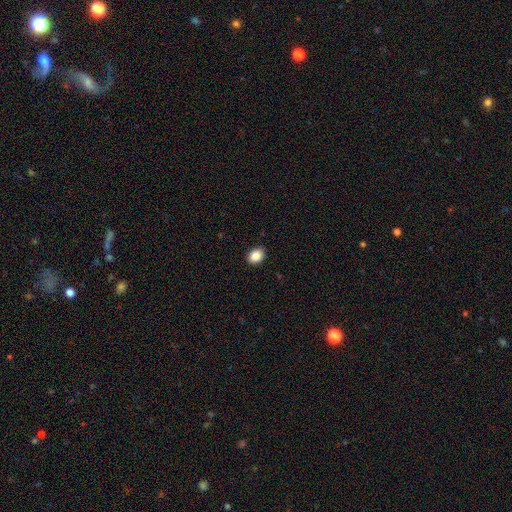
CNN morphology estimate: type=smooth (88%); roundness=in between (59%); merging=none (91%).